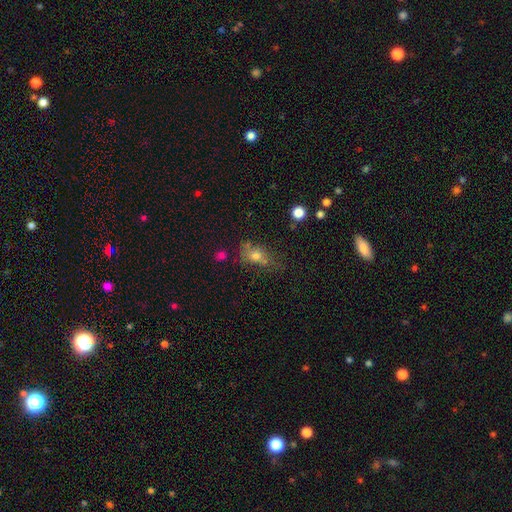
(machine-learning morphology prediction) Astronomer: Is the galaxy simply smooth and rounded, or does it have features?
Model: smooth — 63%.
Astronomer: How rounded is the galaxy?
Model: in between — 58% (runner-up: round, 35%).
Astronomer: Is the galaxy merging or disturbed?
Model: none — 48% (runner-up: minor disturbance, 25%).